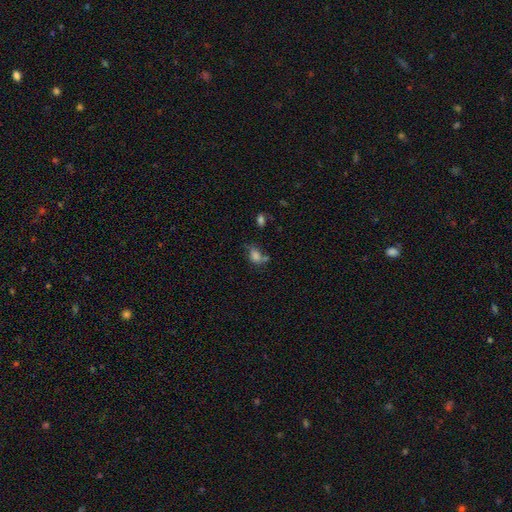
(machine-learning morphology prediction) A smooth galaxy with no disk features (74%) that is in between round and cigar-shaped (72%). Merging: none (39%).